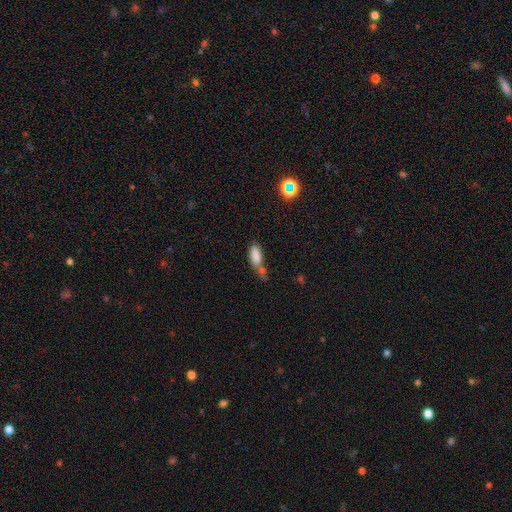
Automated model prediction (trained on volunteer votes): The model was most divided on "merging": merger: 42%, none: 32%, minor disturbance: 17%, major disturbance: 9%. More confident: how rounded — in between (81%); smooth or featured — smooth (81%).